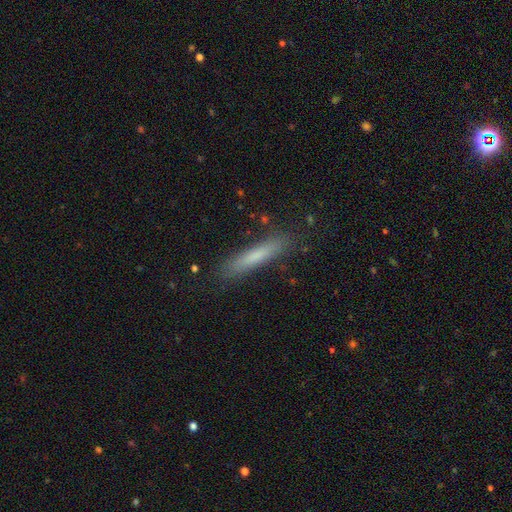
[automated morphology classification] type=smooth (70%); roundness=cigar-shaped (92%); merging=none (87%).